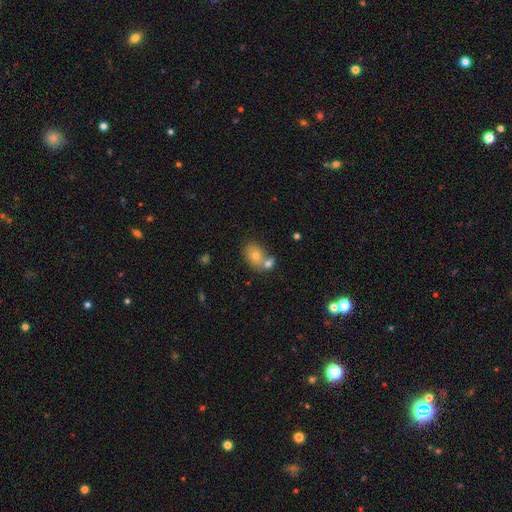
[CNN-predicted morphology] Smooth or featured: smooth — 69% (featured or disk — 17%)
How rounded: in between — 60% (round — 38%)
Merging: none — 46% (merger — 41%)